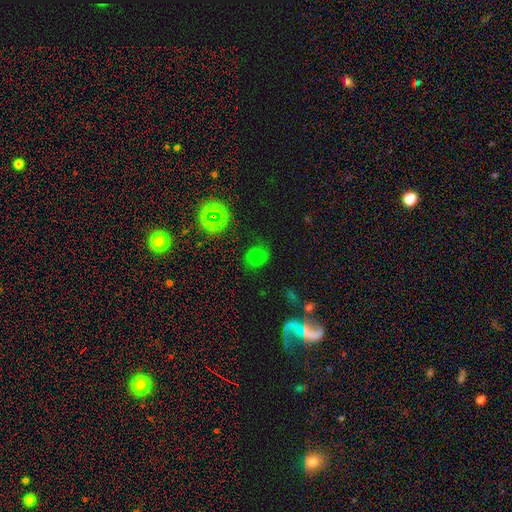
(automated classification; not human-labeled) Smooth or featured: smooth — 56% (star or artifact — 29%)
How rounded: round — 64% (in between — 35%)
Merging: none — 68% (minor disturbance — 19%)